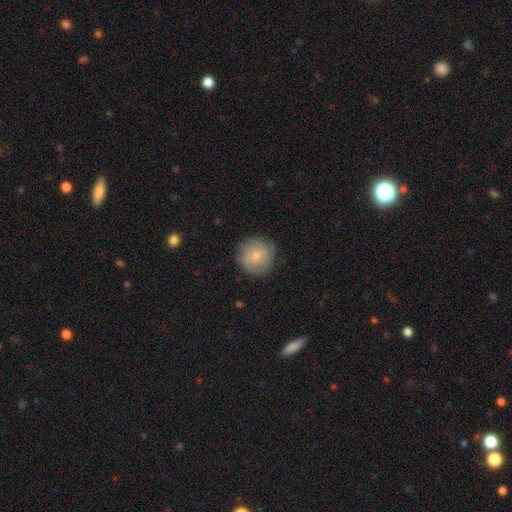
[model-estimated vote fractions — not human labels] A smooth galaxy with no disk features (48%).

Vote fractions:
- Smooth or featured? smooth: 48% / featured or disk: 45% / star or artifact: 8%
- Merging? none: 77% / minor disturbance: 17% / major disturbance: 5% / merger: 1%